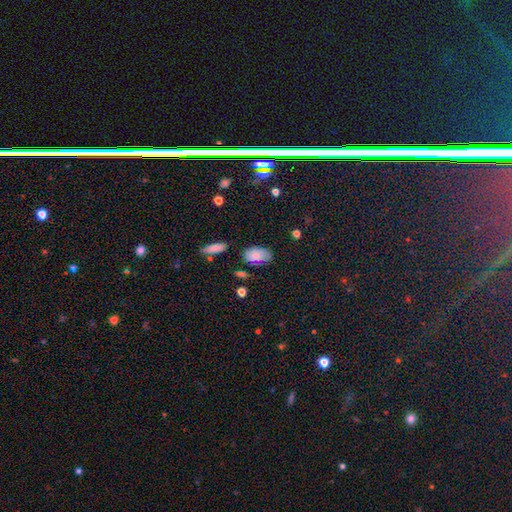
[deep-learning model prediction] smooth_or_featured: smooth (p=0.80) [alt: featured or disk p=0.12]
how_rounded: in between (p=0.92) [alt: round p=0.06]
merging: none (p=0.68) [alt: minor disturbance p=0.21]